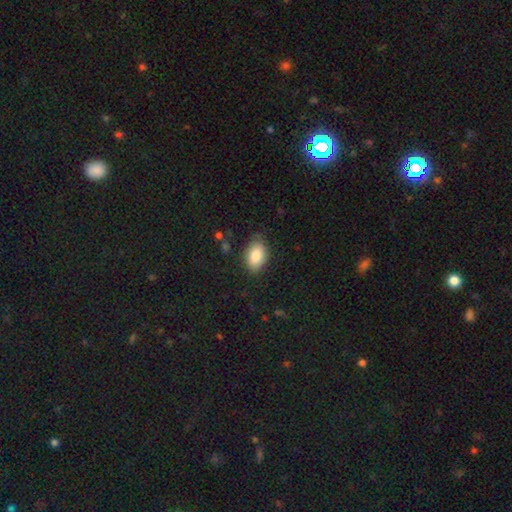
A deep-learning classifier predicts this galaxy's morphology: Smooth or featured? smooth (85%)
How rounded? in between (91%)
Merging? none (80%)